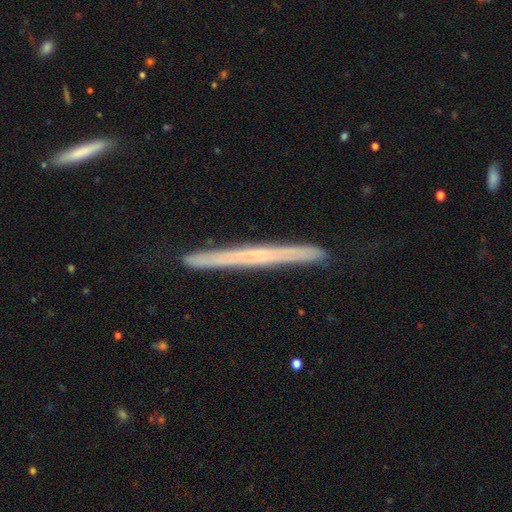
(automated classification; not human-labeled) Smooth or featured?
  - featured or disk: 59% *
  - smooth: 34%
  - star or artifact: 7%
Edge-on disk?
  - yes: 96% *
  - no: 4%
Edge-on bulge?
  - none: 82% *
  - rounded: 15%
  - boxy: 4%
Merging?
  - none: 87% *
  - minor disturbance: 10%
  - major disturbance: 1%
  - merger: 1%